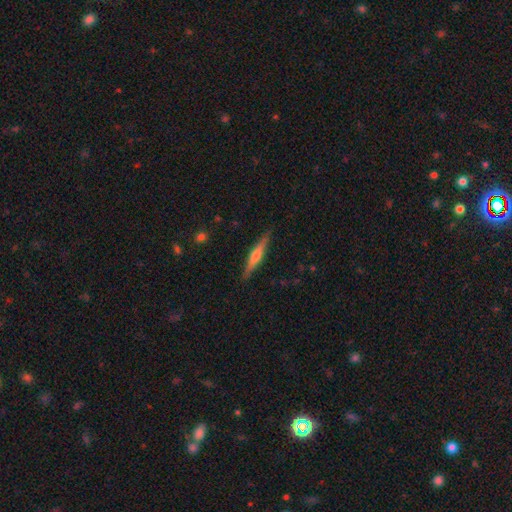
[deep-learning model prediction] Q: Smooth or featured?
A: featured or disk (54%); runner-up: smooth (40%)
Q: Edge-on disk?
A: yes (96%); runner-up: no (4%)
Q: Edge-on bulge?
A: rounded (72%); runner-up: none (16%)
Q: Merging?
A: none (88%); runner-up: minor disturbance (9%)